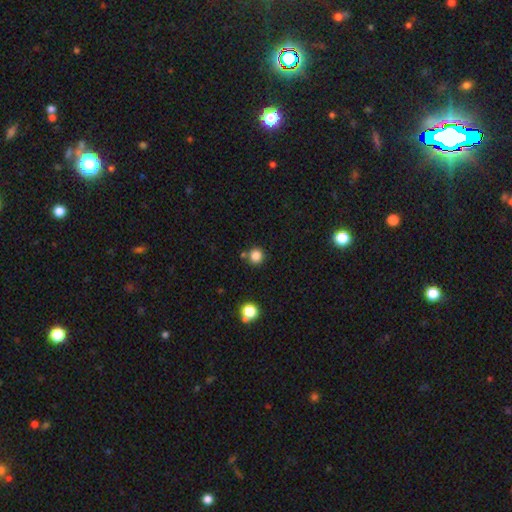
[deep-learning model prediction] A smooth galaxy with no disk features (83%) that is round (94%). Merging: none (82%).